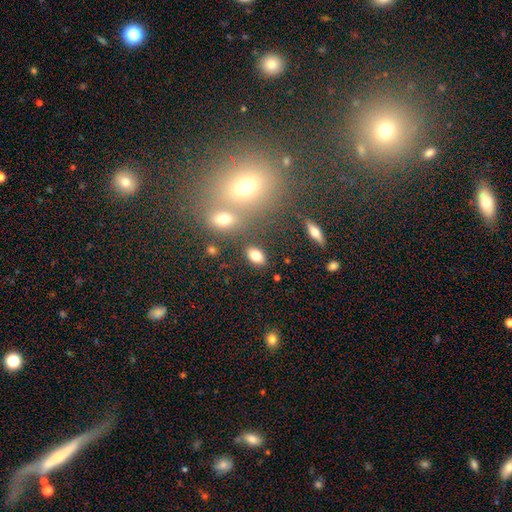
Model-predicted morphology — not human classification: Overall: smooth (78%). How rounded: in between (86%). Merging: none (80%).